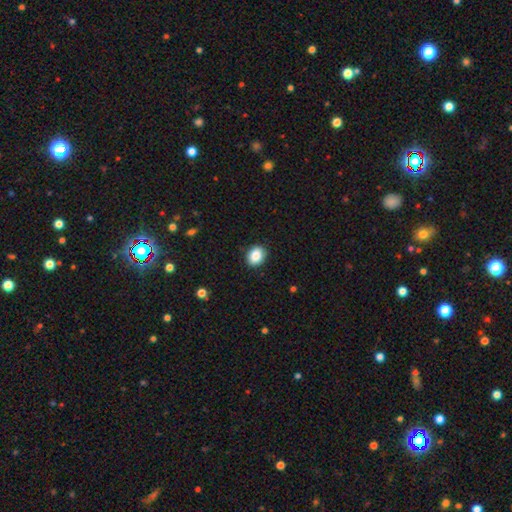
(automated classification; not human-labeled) The model was most divided on "how rounded": in between: 60%, round: 39%, cigar-shaped: 1%. More confident: merging — none (89%); smooth or featured — smooth (88%).